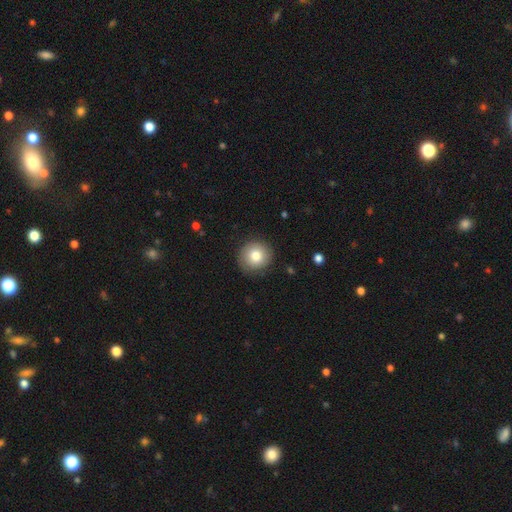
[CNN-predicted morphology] smooth_or_featured: smooth (p=0.79) [alt: featured or disk p=0.12]
how_rounded: round (p=0.91) [alt: in between p=0.08]
merging: none (p=0.86) [alt: minor disturbance p=0.10]